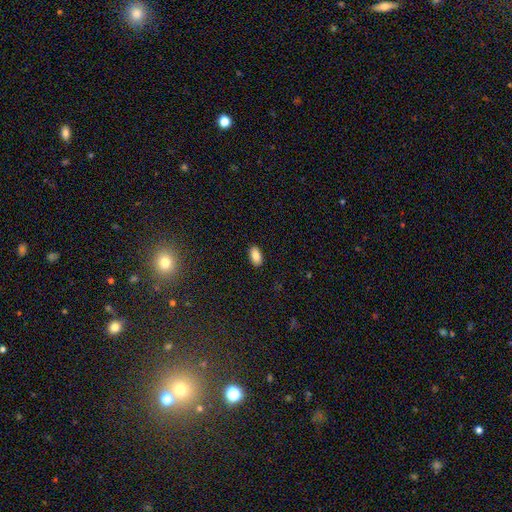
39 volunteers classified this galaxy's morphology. smooth-or-featured: smooth: 90% | featured or disk: 5% | star or artifact: 5%
  how-rounded: in between: 86% | cigar-shaped: 11% | round: 3%
  merging: none: 97% | minor disturbance: 3% | major disturbance: 0% | merger: 0%